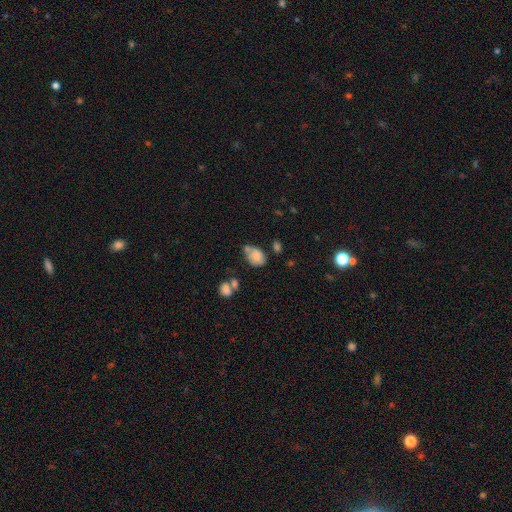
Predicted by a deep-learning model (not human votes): Smooth or featured: smooth — 74% (featured or disk — 16%)
How rounded: in between — 70% (round — 28%)
Merging: none — 35% (minor disturbance — 30%)